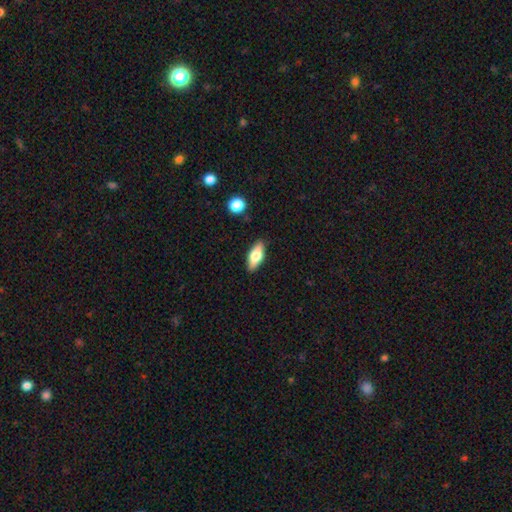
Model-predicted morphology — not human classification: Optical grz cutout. It shows a smooth galaxy with no disk features (62%) that is in between round and cigar-shaped (74%). Merging: none (87%).